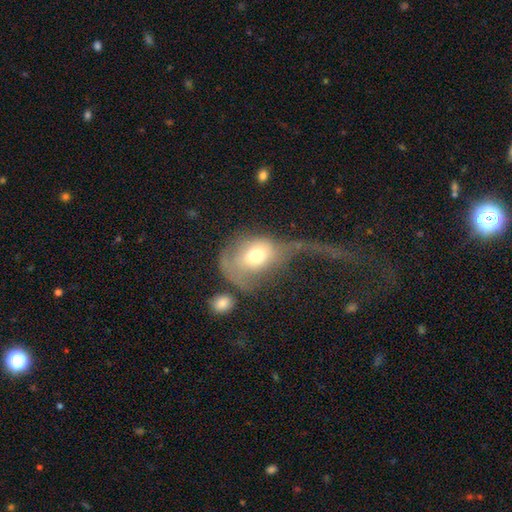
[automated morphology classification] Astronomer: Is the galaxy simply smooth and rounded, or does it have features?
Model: smooth — 54% (runner-up: featured or disk, 38%).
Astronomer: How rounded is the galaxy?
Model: in between — 60% (runner-up: round, 38%).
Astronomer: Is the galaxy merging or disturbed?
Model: major disturbance — 64%.